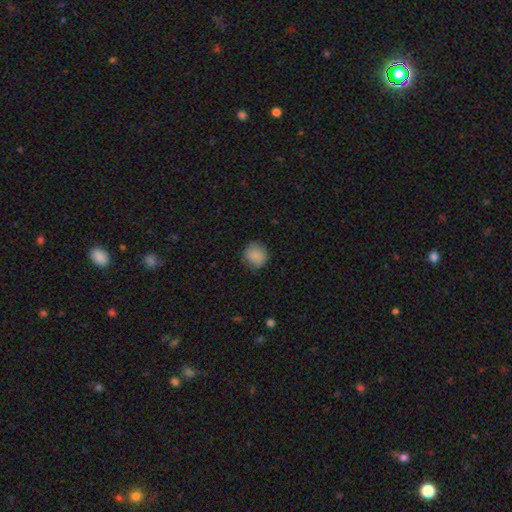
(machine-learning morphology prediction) smooth 84%, star or artifact 8%, featured or disk 7%. Down the decision tree: how rounded — round (87%); merging — none (78%).